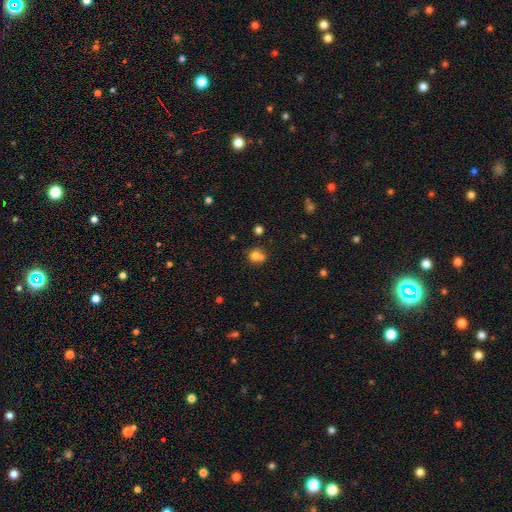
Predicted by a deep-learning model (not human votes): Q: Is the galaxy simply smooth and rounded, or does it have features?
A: smooth — 75%.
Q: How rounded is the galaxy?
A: round — 75%.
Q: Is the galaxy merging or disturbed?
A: none — 44%.